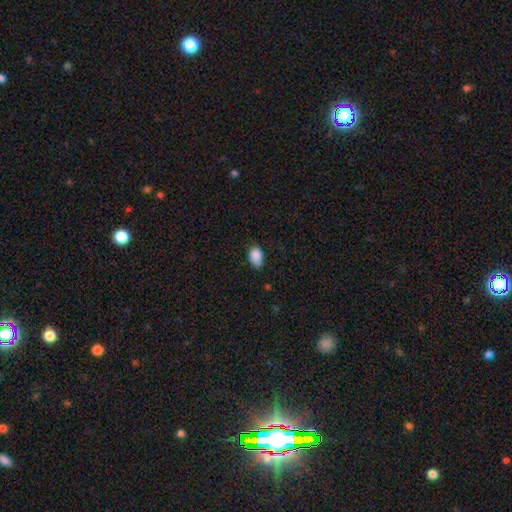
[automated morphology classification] Smooth or featured?
  - smooth: 87% *
  - star or artifact: 8%
  - featured or disk: 5%
How rounded?
  - in between: 84% *
  - round: 15%
  - cigar-shaped: 1%
Merging?
  - none: 60% *
  - minor disturbance: 33%
  - major disturbance: 5%
  - merger: 2%